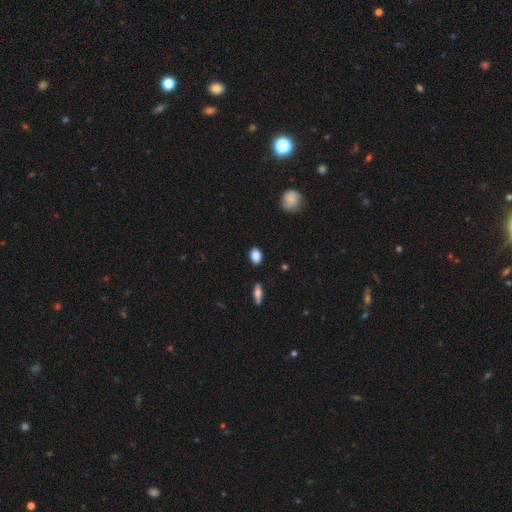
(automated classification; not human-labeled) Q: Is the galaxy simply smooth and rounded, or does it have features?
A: smooth — 87%.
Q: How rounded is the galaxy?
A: in between — 65%.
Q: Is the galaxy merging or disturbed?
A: none — 84%.